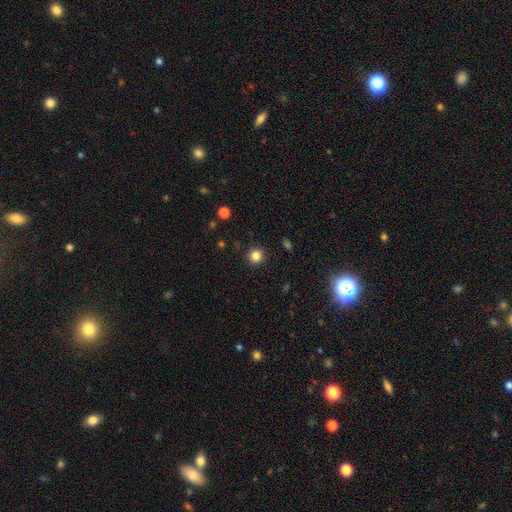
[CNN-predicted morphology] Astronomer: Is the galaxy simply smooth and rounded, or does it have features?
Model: smooth — 83%.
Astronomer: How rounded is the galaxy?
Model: round — 94%.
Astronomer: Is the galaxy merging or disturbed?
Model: none — 91%.